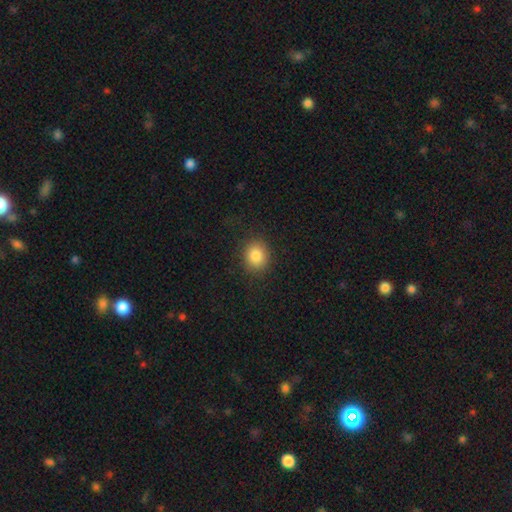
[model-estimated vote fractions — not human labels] A smooth galaxy with no disk features (85%) that is round (74%).

Vote fractions:
- Smooth or featured? smooth: 85% / star or artifact: 10% / featured or disk: 6%
- How rounded? round: 74% / in between: 25% / cigar-shaped: 1%
- Merging? none: 87% / minor disturbance: 9% / major disturbance: 3% / merger: 1%